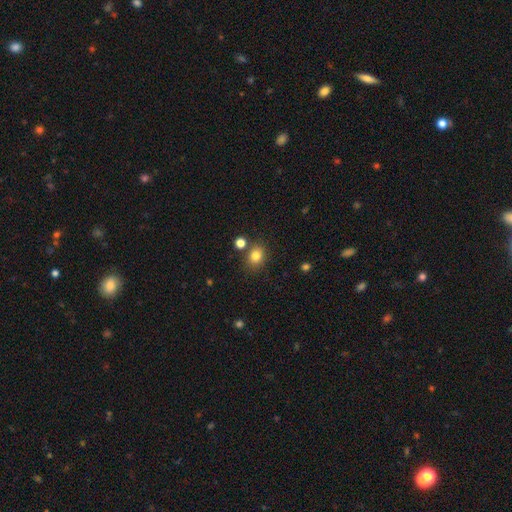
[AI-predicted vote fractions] smooth 81%, star or artifact 12%, featured or disk 6%. Down the decision tree: how rounded — round (61%); merging — none (77%).